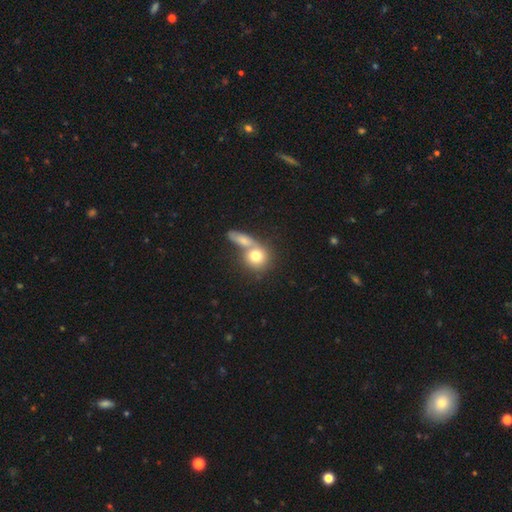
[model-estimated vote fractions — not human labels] A smooth galaxy with no disk features (74%) that is round (79%). Merging: merger (52%).